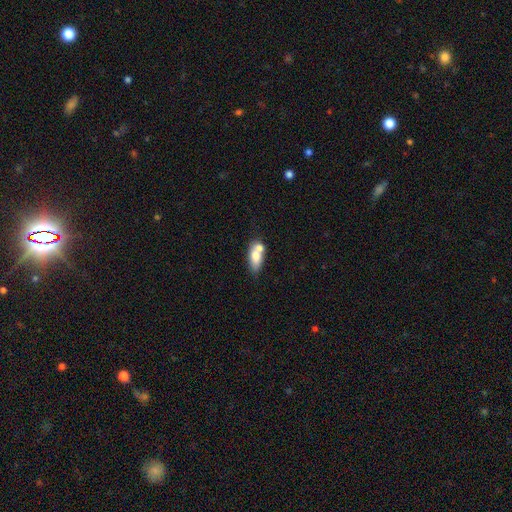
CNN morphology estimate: smooth-or-featured: smooth: 69% | featured or disk: 24% | star or artifact: 8%
  how-rounded: in between: 79% | cigar-shaped: 13% | round: 9%
  merging: merger: 44% | none: 38% | minor disturbance: 13% | major disturbance: 5%